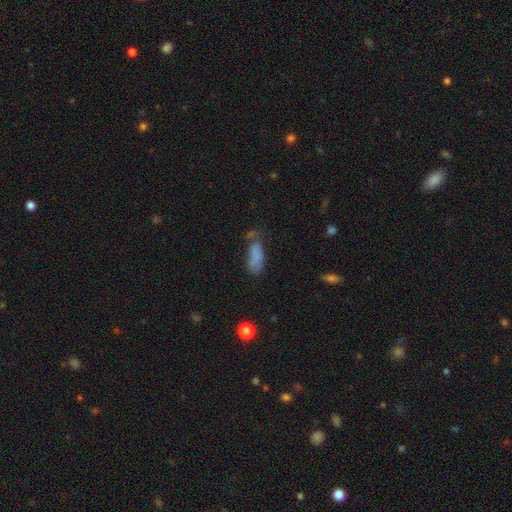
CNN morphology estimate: Overall: smooth (74%). How rounded: in between (78%). Merging: none (39%; minor disturbance 29%).